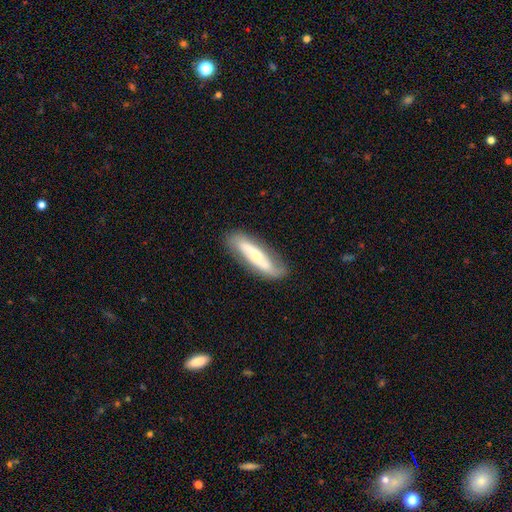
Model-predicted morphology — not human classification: Smooth or featured: featured or disk — 58% (smooth — 37%)
Edge-on disk: no — 64% (yes — 36%)
Merging: none — 77% (minor disturbance — 16%)